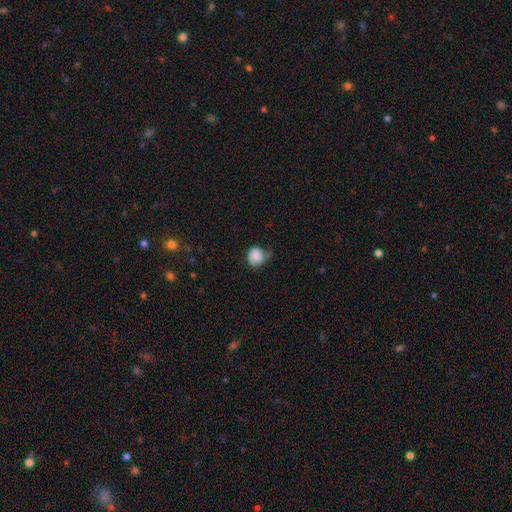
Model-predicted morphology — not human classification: A smooth galaxy with no disk features (74%) that is round (77%). Merging: none (42%).